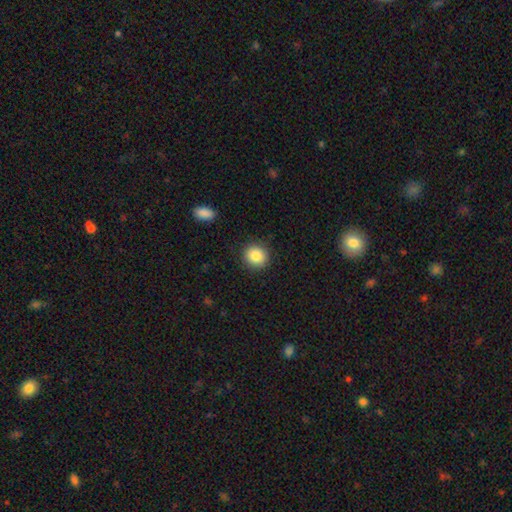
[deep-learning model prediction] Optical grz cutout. It shows a smooth galaxy with no disk features (86%) that is round (86%). Merging: none (90%).